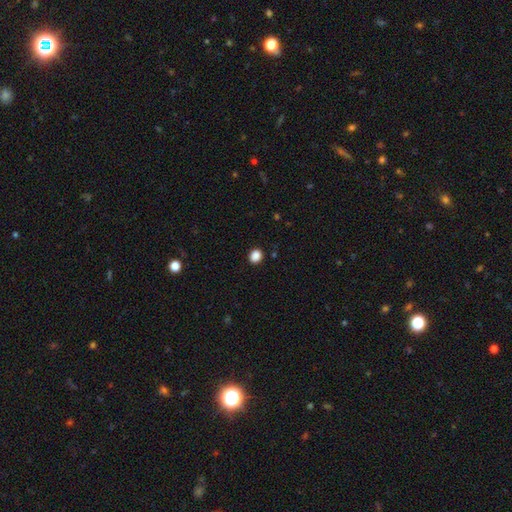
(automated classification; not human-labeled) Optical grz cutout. It shows a smooth galaxy with no disk features (87%) that is round (70%). Merging: none (90%).